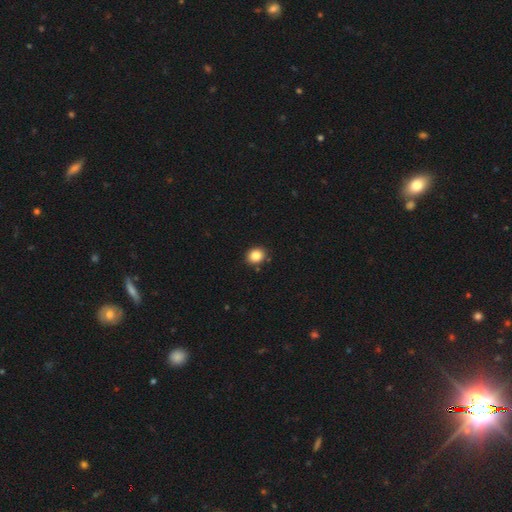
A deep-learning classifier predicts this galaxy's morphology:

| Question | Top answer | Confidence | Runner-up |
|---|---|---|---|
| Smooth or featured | smooth | 85% | star or artifact (10%) |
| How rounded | round | 67% | in between (32%) |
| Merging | none | 88% | minor disturbance (8%) |